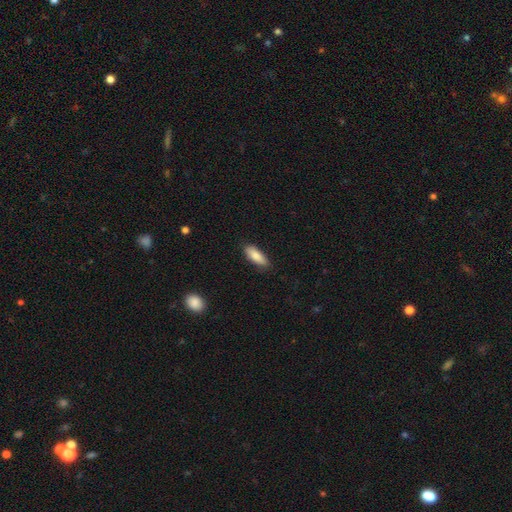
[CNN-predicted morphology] Smooth or featured: smooth — 84% (featured or disk — 10%)
How rounded: in between — 70% (cigar-shaped — 28%)
Merging: none — 85% (minor disturbance — 12%)